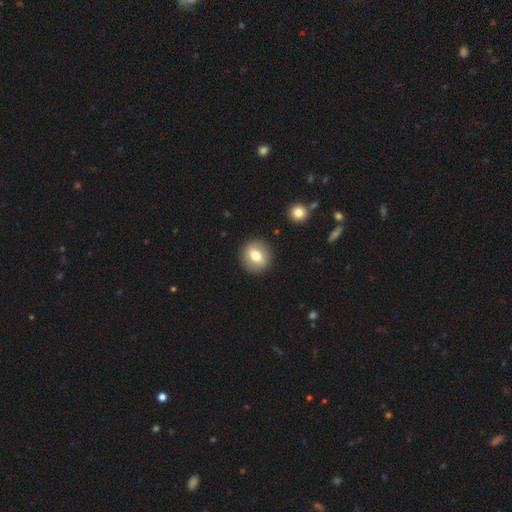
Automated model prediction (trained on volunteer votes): This is likely a smooth galaxy (69%). How rounded: likely round (79%). Merging: clearly none (88%).